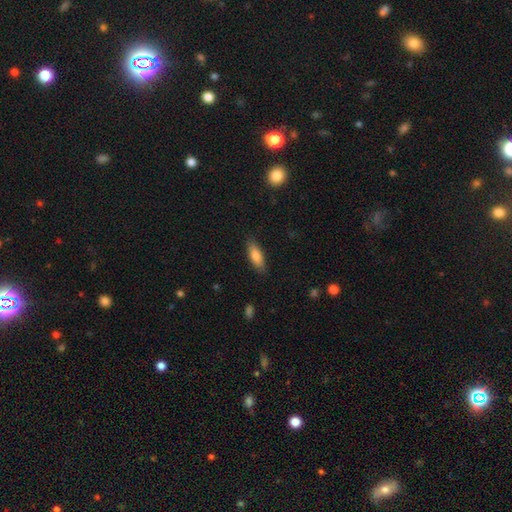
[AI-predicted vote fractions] Smooth or featured? smooth (82%)
How rounded? in between (65%)
Merging? none (85%)